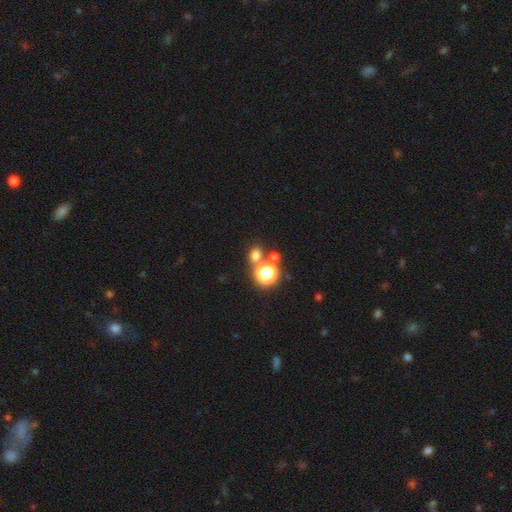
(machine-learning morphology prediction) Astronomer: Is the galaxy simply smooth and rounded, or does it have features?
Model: smooth — 68%.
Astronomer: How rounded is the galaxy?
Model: round — 68%.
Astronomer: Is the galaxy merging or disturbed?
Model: none — 69%.